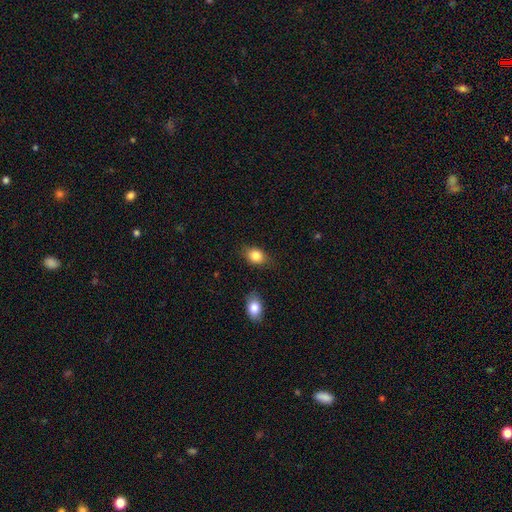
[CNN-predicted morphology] Smooth or featured?
  - smooth: 84% *
  - star or artifact: 9%
  - featured or disk: 8%
How rounded?
  - in between: 70% *
  - round: 28%
  - cigar-shaped: 2%
Merging?
  - none: 79% *
  - minor disturbance: 15%
  - major disturbance: 3%
  - merger: 3%